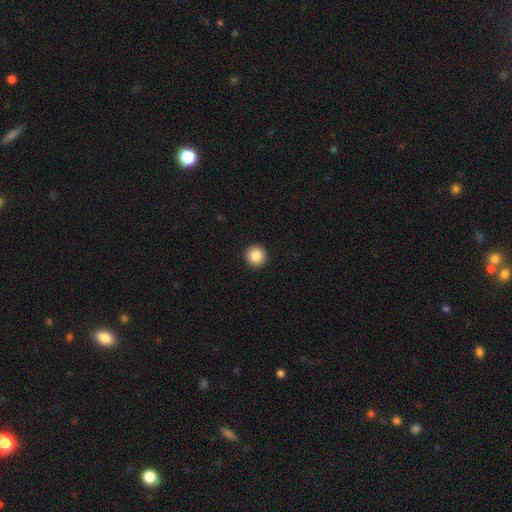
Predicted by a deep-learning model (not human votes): The model was most divided on "smooth or featured": smooth: 85%, star or artifact: 9%, featured or disk: 6%. More confident: how rounded — round (96%); merging — none (94%).